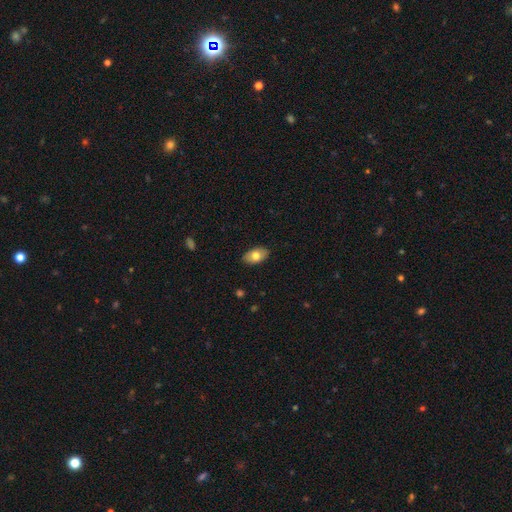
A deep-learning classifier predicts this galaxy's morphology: Smooth or featured: smooth — 75% (featured or disk — 18%)
How rounded: in between — 93% (round — 5%)
Merging: none — 87% (minor disturbance — 10%)